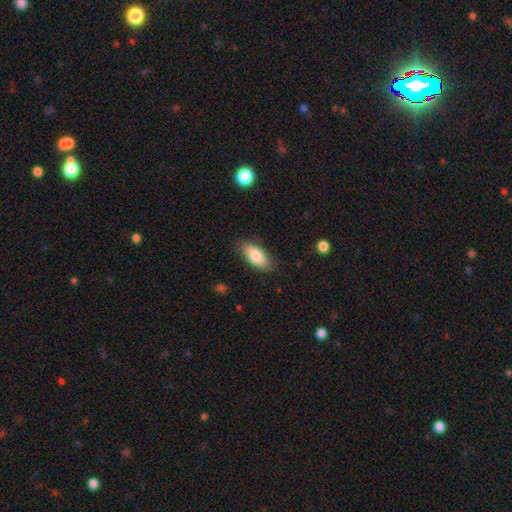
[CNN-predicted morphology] smooth 81%, featured or disk 12%, star or artifact 6%. Down the decision tree: how rounded — in between (89%); merging — none (82%).